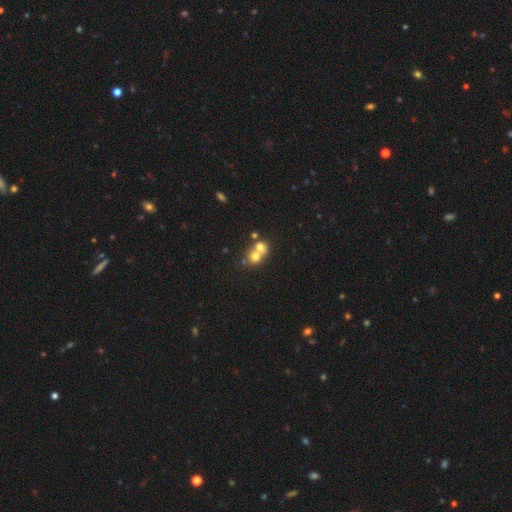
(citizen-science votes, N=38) A smooth galaxy with no disk features (74%) that is round (86%).

Vote fractions:
- Smooth or featured? smooth: 74% / featured or disk: 21% / star or artifact: 5%
- How rounded? round: 86% / in between: 14% / cigar-shaped: 0%
- Merging? merger: 69% / none: 25% / minor disturbance: 3% / major disturbance: 3%